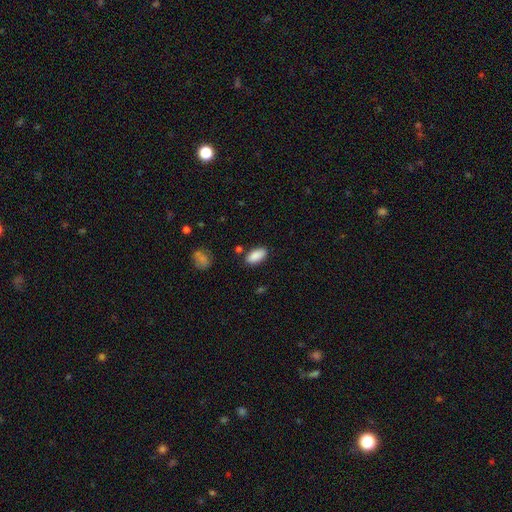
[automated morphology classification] smooth_or_featured: smooth (p=0.89) [alt: star or artifact p=0.07]
how_rounded: in between (p=0.91) [alt: cigar-shaped p=0.06]
merging: none (p=0.83) [alt: minor disturbance p=0.11]